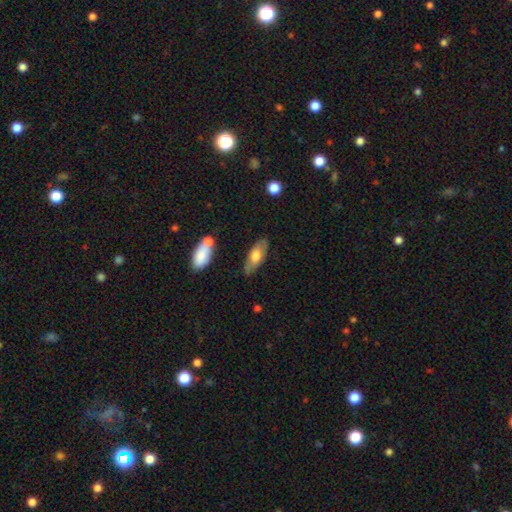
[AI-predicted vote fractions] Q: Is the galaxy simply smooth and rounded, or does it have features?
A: smooth — 63%.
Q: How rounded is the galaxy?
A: in between — 75%.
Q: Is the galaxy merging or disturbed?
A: none — 79%.